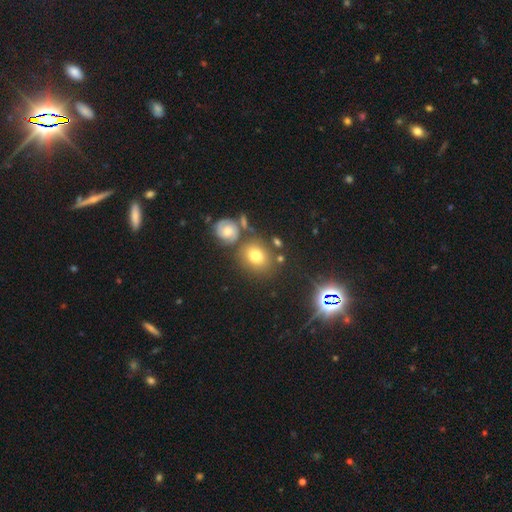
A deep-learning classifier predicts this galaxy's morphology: Smooth or featured? smooth (69%)
How rounded? round (67%)
Merging? none (68%)